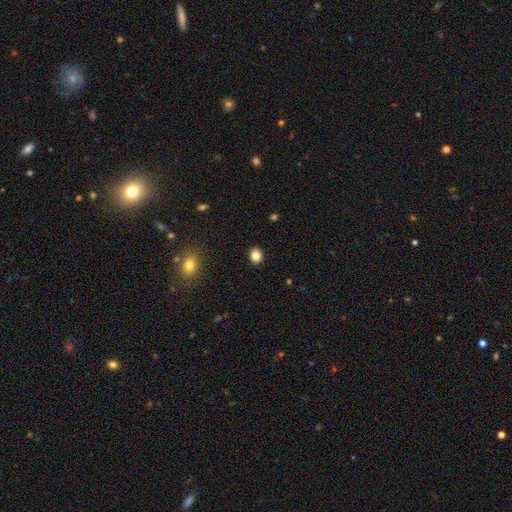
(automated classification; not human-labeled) A smooth galaxy with no disk features (83%) that is round (62%). Merging: none (91%).